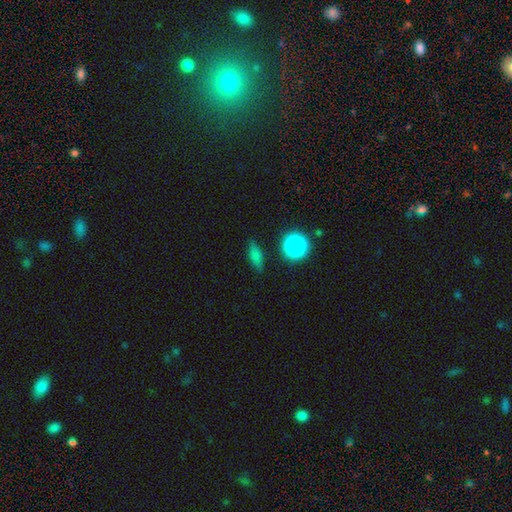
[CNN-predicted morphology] smooth 71%, star or artifact 15%, featured or disk 13%. Down the decision tree: how rounded — in between (50%); merging — none (79%).